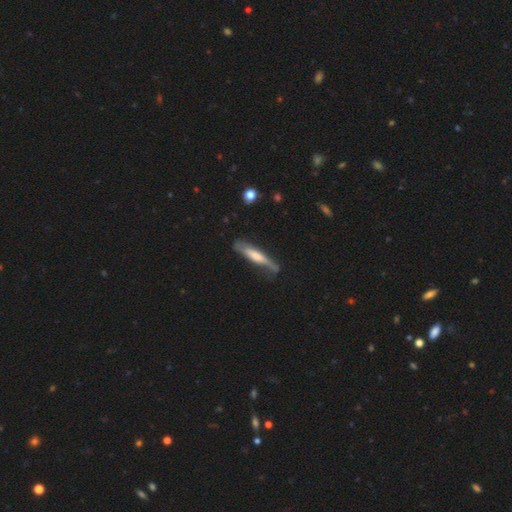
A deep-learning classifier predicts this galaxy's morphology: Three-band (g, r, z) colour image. It shows a featured or disk galaxy (56%) viewed edge-on (78%). Merging: none (62%).